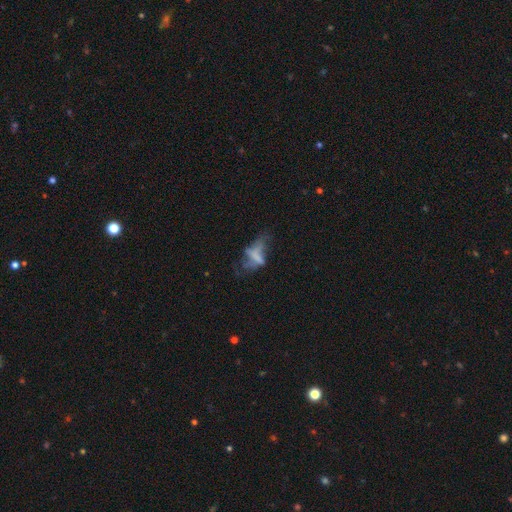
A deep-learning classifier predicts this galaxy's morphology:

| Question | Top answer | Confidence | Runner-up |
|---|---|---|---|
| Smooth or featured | featured or disk | 45% | smooth (39%) |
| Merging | major disturbance | 47% | none (27%) |